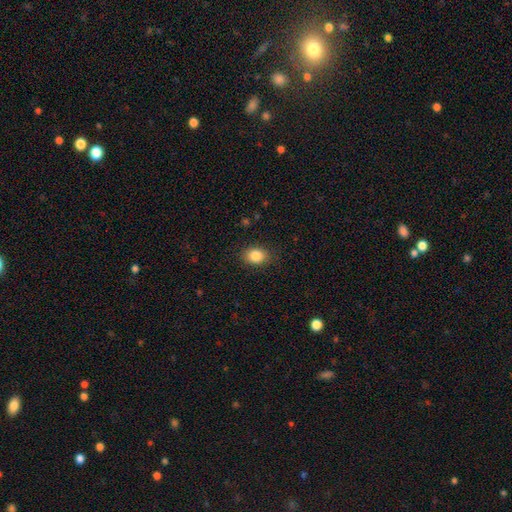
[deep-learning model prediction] This is clearly a smooth galaxy (86%). How rounded: likely in between (62%). Merging: clearly none (85%).